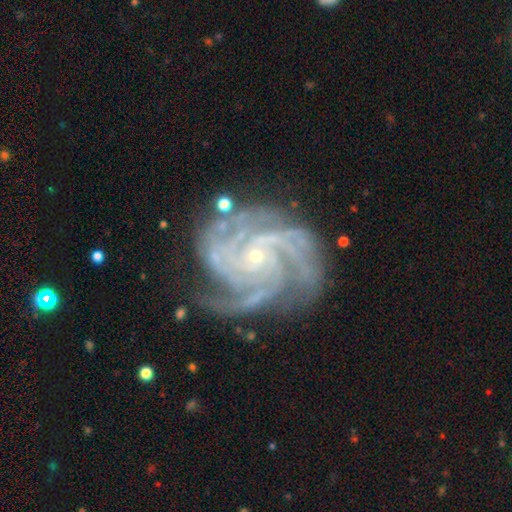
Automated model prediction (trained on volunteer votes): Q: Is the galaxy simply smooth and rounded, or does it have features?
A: featured or disk — 93%.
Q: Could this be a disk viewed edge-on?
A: no — 98%.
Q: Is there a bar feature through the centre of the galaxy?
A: no — 69%.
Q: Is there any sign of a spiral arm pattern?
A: yes — 99%.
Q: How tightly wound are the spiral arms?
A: tight — 69%.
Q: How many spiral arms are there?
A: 4 — 42%.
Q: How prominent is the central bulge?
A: small — 87%.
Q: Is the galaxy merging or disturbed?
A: none — 73%.